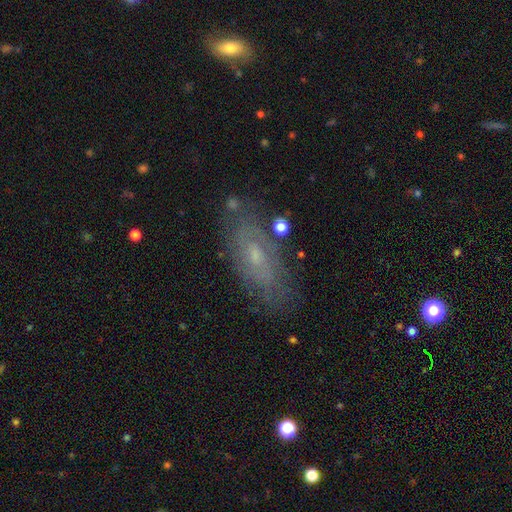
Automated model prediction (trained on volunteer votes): Smooth or featured? Predicted: featured or disk (p=0.52). Edge-on disk? Predicted: no (p=0.80). Merging? Predicted: none (p=0.77).